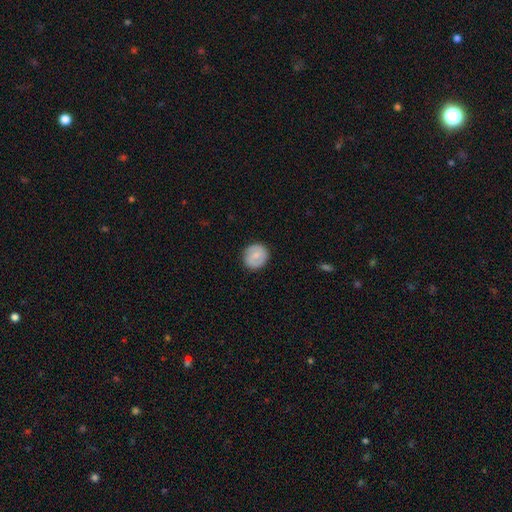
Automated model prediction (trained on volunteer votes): A smooth galaxy with no disk features (64%) that is round (87%). Merging: none (88%).